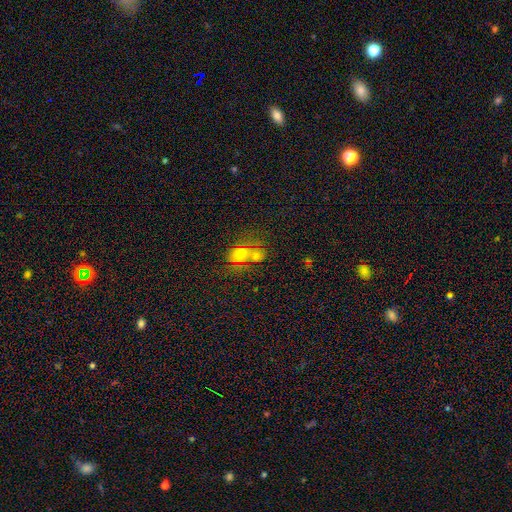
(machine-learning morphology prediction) type=smooth (64%); roundness=round (58%); merging=merger (59%).